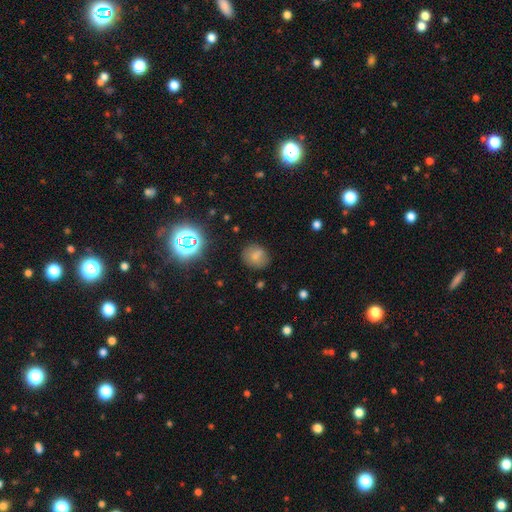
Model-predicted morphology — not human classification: Overall: smooth (69%). How rounded: round (69%; in between 30%). Merging: none (75%).